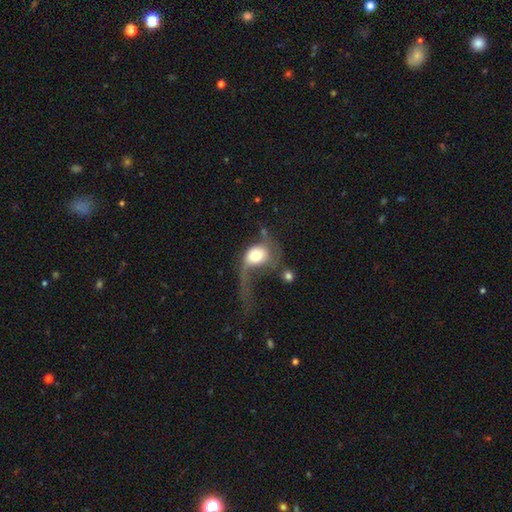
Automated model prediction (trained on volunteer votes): Q: Smooth or featured?
A: smooth (52%); runner-up: featured or disk (40%)
Q: How rounded?
A: round (52%); runner-up: in between (46%)
Q: Merging?
A: major disturbance (60%); runner-up: none (15%)